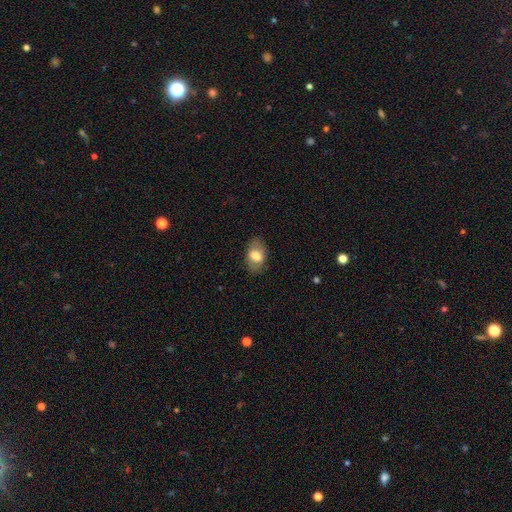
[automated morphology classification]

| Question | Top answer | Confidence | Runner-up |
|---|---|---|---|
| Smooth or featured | smooth | 70% | featured or disk (22%) |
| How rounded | in between | 89% | round (9%) |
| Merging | none | 81% | minor disturbance (14%) |